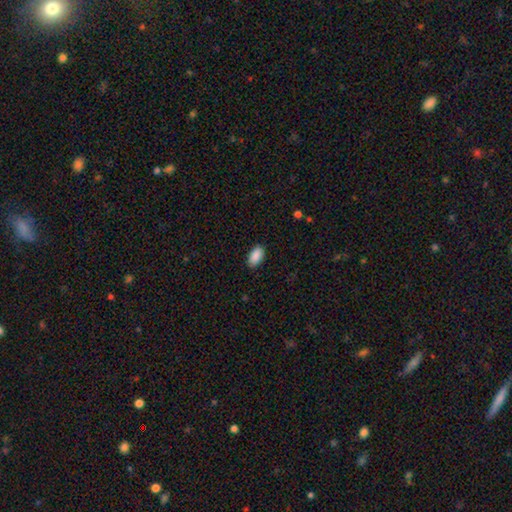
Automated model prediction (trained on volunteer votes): This is clearly a smooth galaxy (90%). How rounded: clearly in between (94%). Merging: clearly none (87%).